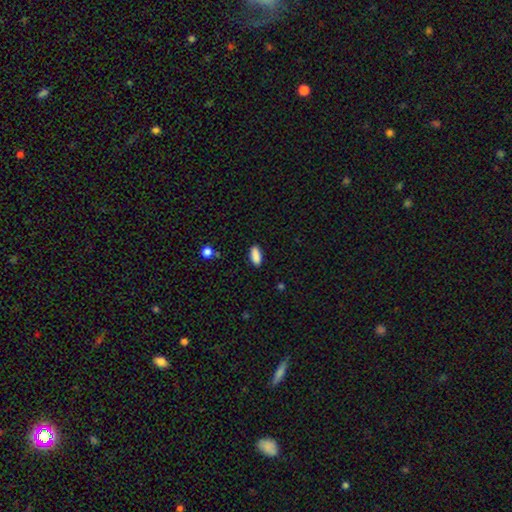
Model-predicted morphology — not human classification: A smooth galaxy with no disk features (89%) that is in between round and cigar-shaped (82%).

Vote fractions:
- Smooth or featured? smooth: 89% / star or artifact: 8% / featured or disk: 4%
- How rounded? in between: 82% / cigar-shaped: 16% / round: 2%
- Merging? none: 87% / minor disturbance: 10% / major disturbance: 2% / merger: 1%